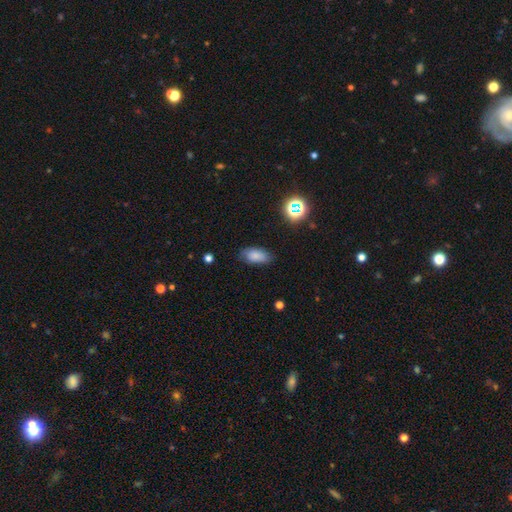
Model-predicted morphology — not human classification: Smooth or featured: smooth — 80% (star or artifact — 10%)
How rounded: in between — 89% (cigar-shaped — 6%)
Merging: none — 75% (minor disturbance — 19%)